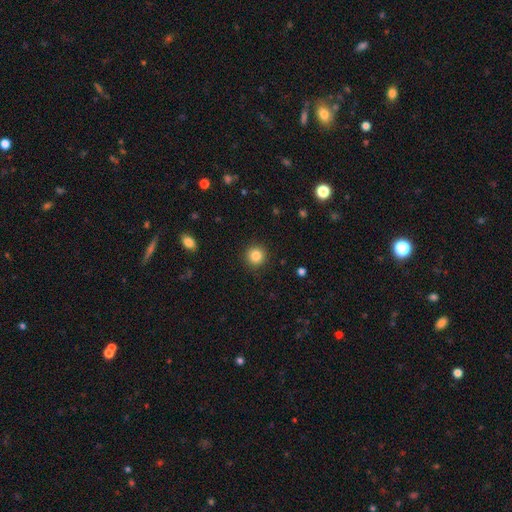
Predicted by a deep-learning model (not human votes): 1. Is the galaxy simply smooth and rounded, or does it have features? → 85% smooth, 10% star or artifact, 5% featured or disk.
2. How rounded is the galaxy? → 94% round, 5% in between, 1% cigar-shaped.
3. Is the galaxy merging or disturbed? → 91% none, 6% minor disturbance, 2% major disturbance, 1% merger.